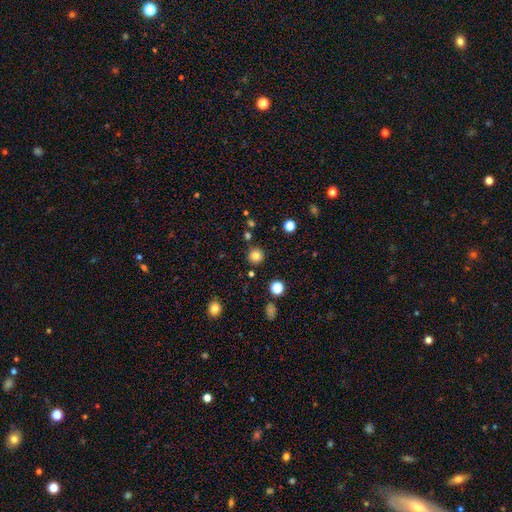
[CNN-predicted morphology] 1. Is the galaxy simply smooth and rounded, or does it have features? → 81% smooth, 13% star or artifact, 6% featured or disk.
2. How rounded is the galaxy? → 94% round, 5% in between, 1% cigar-shaped.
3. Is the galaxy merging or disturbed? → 89% none, 6% minor disturbance, 3% merger, 2% major disturbance.